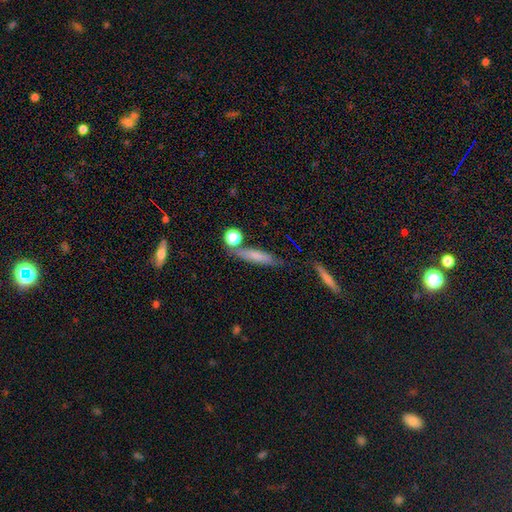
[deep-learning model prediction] This is likely a smooth galaxy (67%). How rounded: likely cigar-shaped (77%). Merging: likely none (72%).